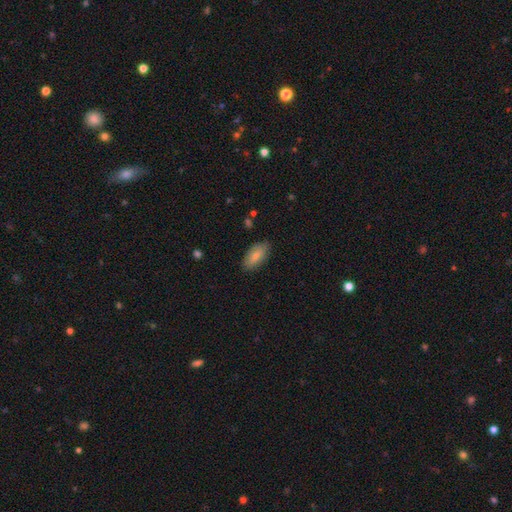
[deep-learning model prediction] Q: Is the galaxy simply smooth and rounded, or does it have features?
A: smooth — 79%.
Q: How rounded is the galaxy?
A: in between — 91%.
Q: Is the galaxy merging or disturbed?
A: none — 84%.